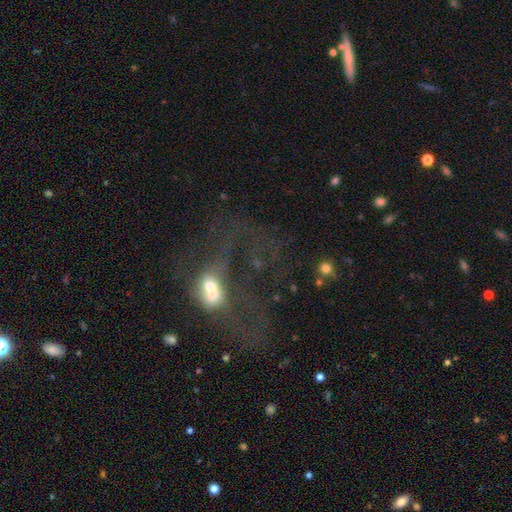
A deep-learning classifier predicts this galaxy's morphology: featured or disk 38%, smooth 31%, star or artifact 31%. Down the decision tree: merging — major disturbance (51%).